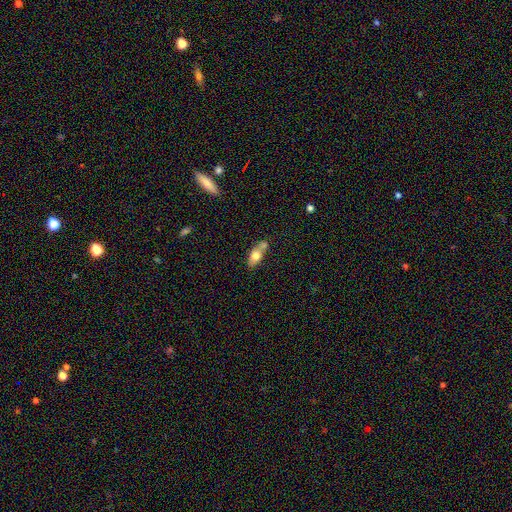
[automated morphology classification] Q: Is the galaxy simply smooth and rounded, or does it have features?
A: smooth — 69%.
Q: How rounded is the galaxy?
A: in between — 78%.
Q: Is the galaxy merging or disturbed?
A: none — 42%.